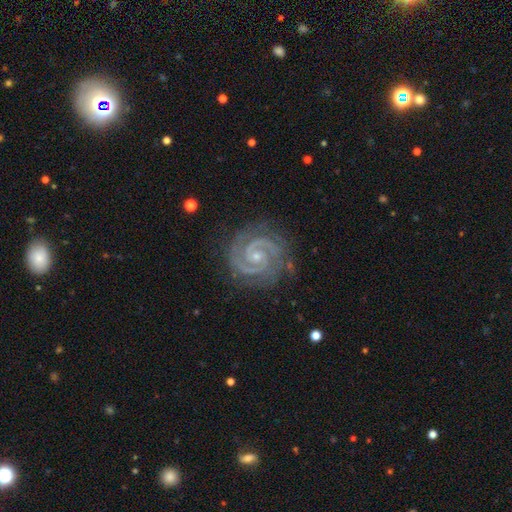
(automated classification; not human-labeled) featured or disk 93%, star or artifact 5%, smooth 2%. Down the decision tree: edge-on disk — no (98%); bar — no (56%); spiral arms — yes (99%); spiral arm count — 2 (88%); spiral winding — tight (72%); bulge size — small (72%); merging — none (82%).